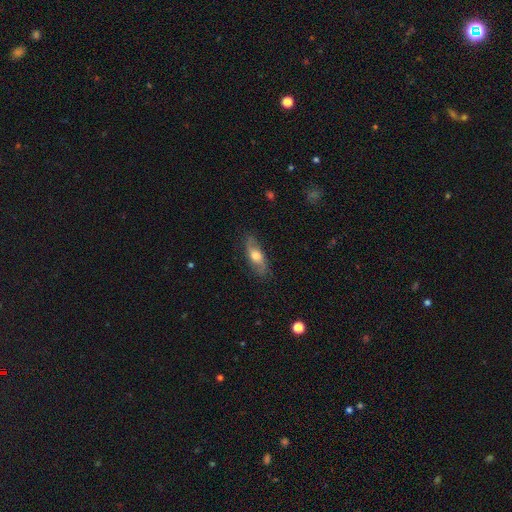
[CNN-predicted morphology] This is possibly a featured or disk galaxy (48%). Merging: likely none (78%).